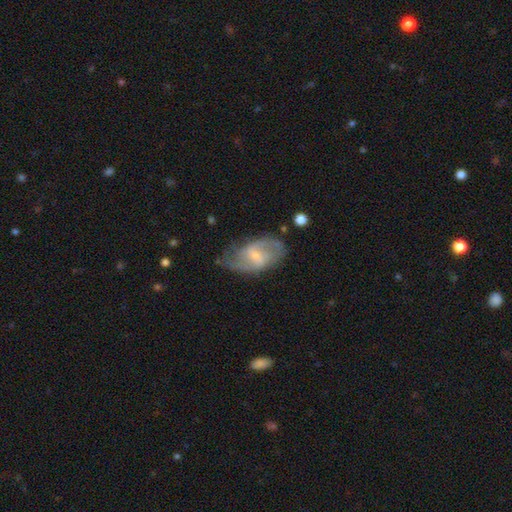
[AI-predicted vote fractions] A featured or disk galaxy (78%) with a weak bar (58%), 2 (82%) medium (48%) spiral arms (92%) and a small central bulge (64%).

Vote fractions:
- Smooth or featured? featured or disk: 78% / smooth: 16% / star or artifact: 6%
- Edge-on disk? no: 96% / yes: 4%
- Bar? weak: 58% / no: 21% / strong: 21%
- Spiral arms? yes: 92% / no: 8%
- Spiral winding? medium: 48% / loose: 35% / tight: 17%
- Spiral arm count? 2: 82% / can't tell: 9% / 3: 3% / 1: 2% / 4: 1% / more than 4: 1%
- Bulge size? small: 64% / moderate: 25% / none: 8% / large: 2% / dominant: 1%
- Merging? none: 68% / minor disturbance: 21% / major disturbance: 9% / merger: 2%